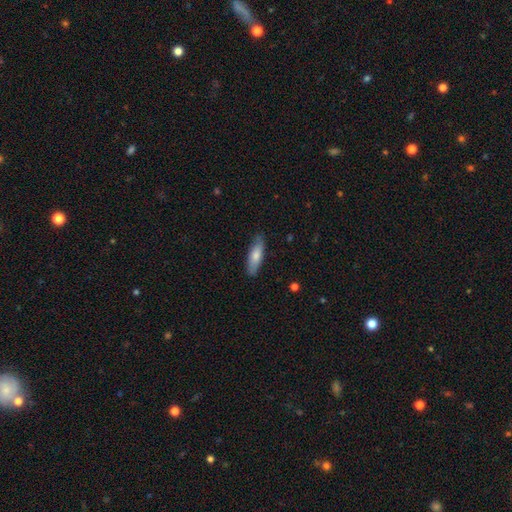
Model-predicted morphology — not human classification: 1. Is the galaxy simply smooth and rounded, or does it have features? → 73% smooth, 21% featured or disk, 5% star or artifact.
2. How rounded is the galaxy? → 52% cigar-shaped, 46% in between, 2% round.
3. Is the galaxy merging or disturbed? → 85% none, 12% minor disturbance, 2% major disturbance, 1% merger.